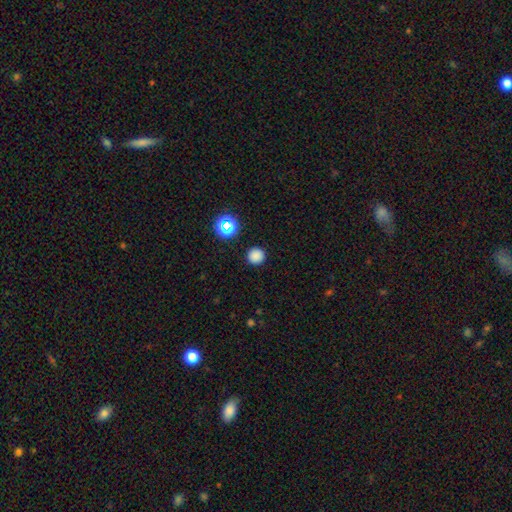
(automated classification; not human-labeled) smooth_or_featured: smooth (p=0.82) [alt: star or artifact p=0.15]
how_rounded: round (p=0.95) [alt: in between p=0.04]
merging: none (p=0.92) [alt: minor disturbance p=0.05]